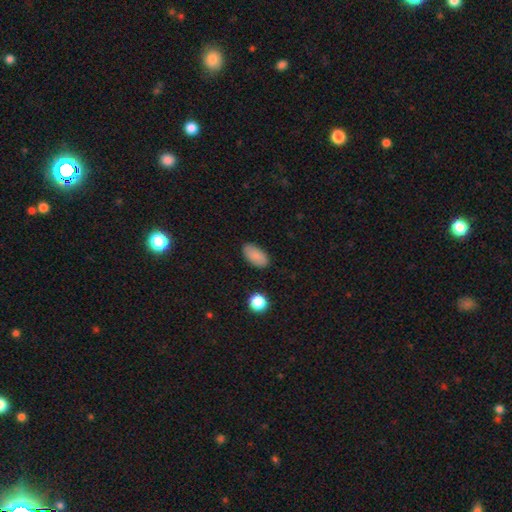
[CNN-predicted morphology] A smooth galaxy with no disk features (86%) that is in between round and cigar-shaped (93%). Merging: none (86%).